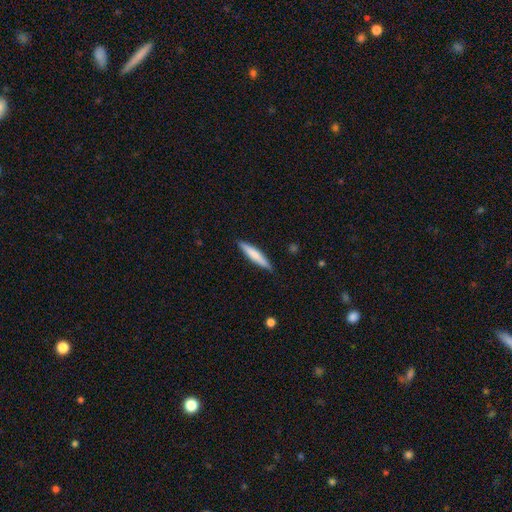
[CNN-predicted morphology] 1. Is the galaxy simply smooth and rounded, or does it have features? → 70% smooth, 25% featured or disk, 5% star or artifact.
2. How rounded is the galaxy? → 91% cigar-shaped, 8% in between, 1% round.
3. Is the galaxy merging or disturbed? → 88% none, 9% minor disturbance, 2% major disturbance, 1% merger.